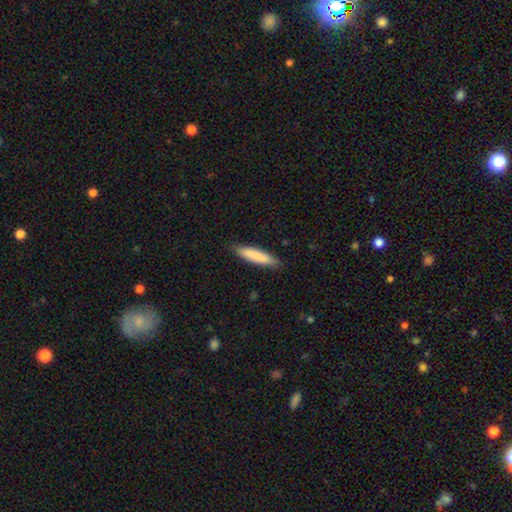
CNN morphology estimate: smooth_or_featured: smooth (p=0.84) [alt: featured or disk p=0.11]
how_rounded: cigar-shaped (p=0.83) [alt: in between p=0.16]
merging: none (p=0.87) [alt: minor disturbance p=0.10]